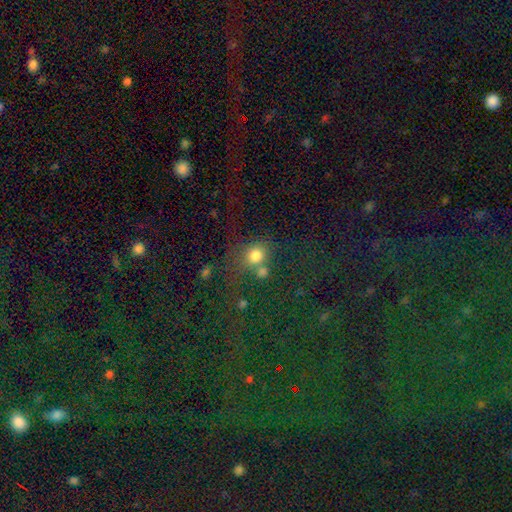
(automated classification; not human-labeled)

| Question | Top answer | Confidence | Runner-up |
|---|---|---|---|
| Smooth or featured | smooth | 77% | star or artifact (14%) |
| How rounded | round | 72% | in between (27%) |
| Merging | none | 51% | merger (27%) |